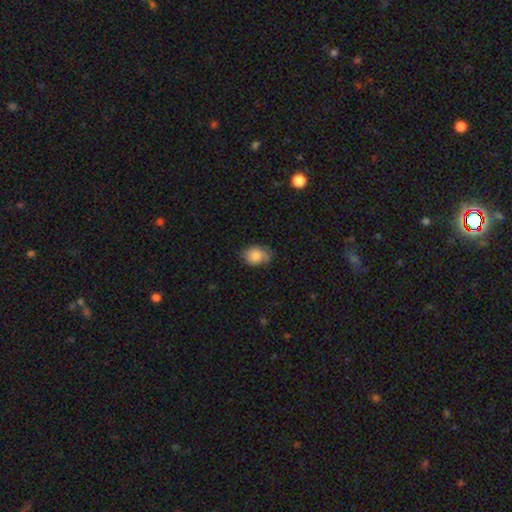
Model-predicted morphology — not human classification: type=smooth (80%); roundness=in between (71%); merging=none (67%).